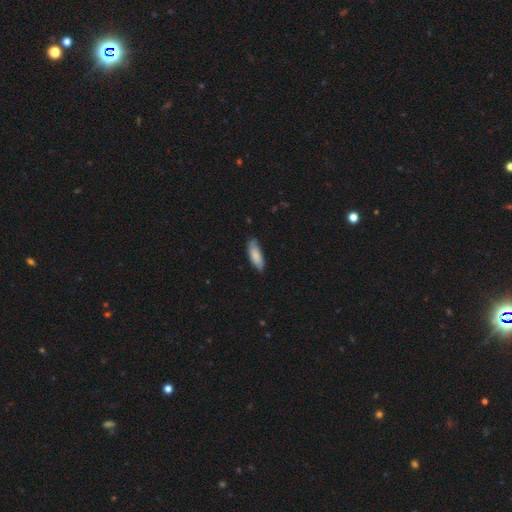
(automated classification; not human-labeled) A smooth galaxy with no disk features (79%) that is in between round and cigar-shaped (59%).

Vote fractions:
- Smooth or featured? smooth: 79% / featured or disk: 15% / star or artifact: 6%
- How rounded? in between: 59% / cigar-shaped: 39% / round: 2%
- Merging? none: 72% / minor disturbance: 23% / major disturbance: 3% / merger: 1%